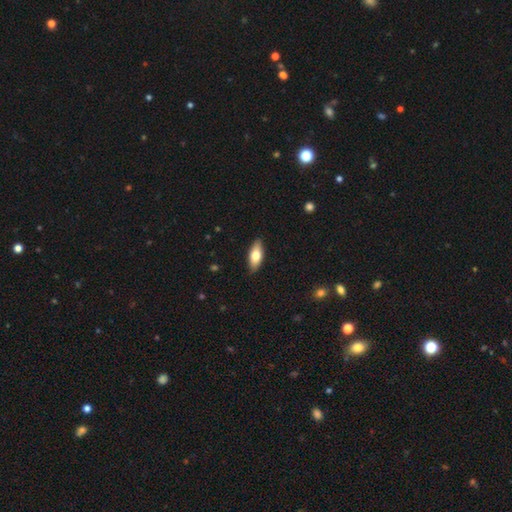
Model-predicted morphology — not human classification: smooth_or_featured: smooth (p=0.72) [alt: featured or disk p=0.22]
how_rounded: in between (p=0.80) [alt: cigar-shaped p=0.17]
merging: none (p=0.87) [alt: minor disturbance p=0.10]